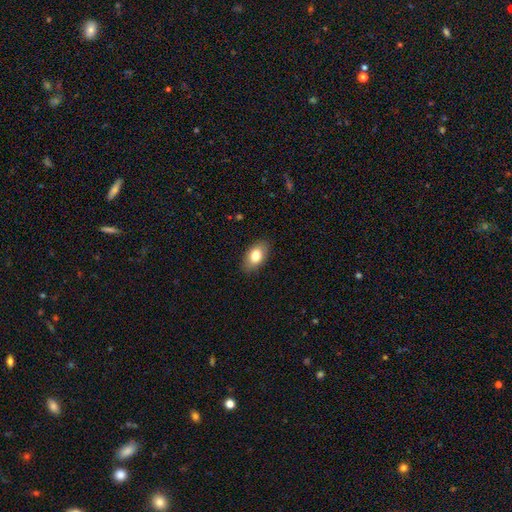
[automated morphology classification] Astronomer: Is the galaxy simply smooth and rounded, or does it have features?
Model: smooth — 80%.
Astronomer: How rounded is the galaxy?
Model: in between — 91%.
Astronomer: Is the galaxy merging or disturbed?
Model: none — 86%.